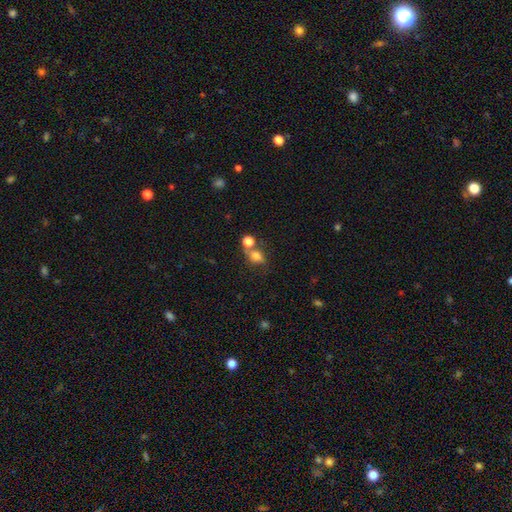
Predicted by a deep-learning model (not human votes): Smooth or featured?
  - smooth: 72% *
  - star or artifact: 15%
  - featured or disk: 12%
How rounded?
  - in between: 58% *
  - round: 40%
  - cigar-shaped: 2%
Merging?
  - none: 45% *
  - merger: 32%
  - minor disturbance: 15%
  - major disturbance: 8%